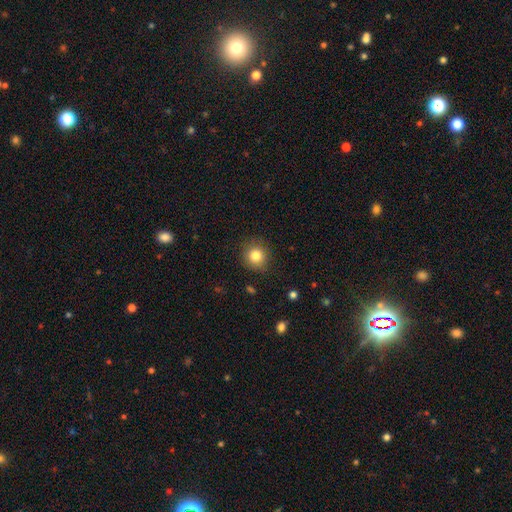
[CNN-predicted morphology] A smooth galaxy with no disk features (82%) that is round (88%).

Vote fractions:
- Smooth or featured? smooth: 82% / star or artifact: 11% / featured or disk: 7%
- How rounded? round: 88% / in between: 11% / cigar-shaped: 1%
- Merging? none: 86% / minor disturbance: 10% / major disturbance: 3% / merger: 1%